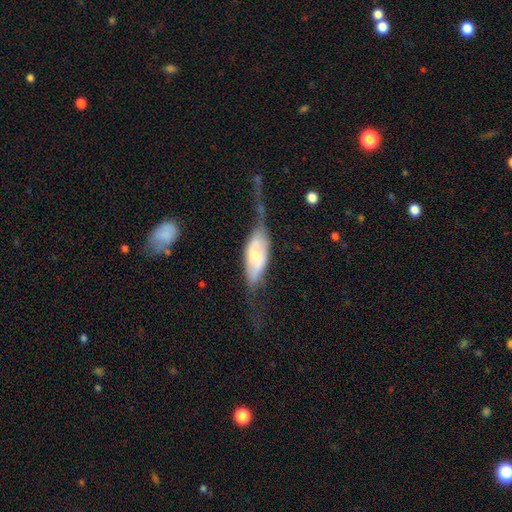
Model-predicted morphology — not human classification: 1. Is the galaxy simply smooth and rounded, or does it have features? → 58% featured or disk, 36% smooth, 6% star or artifact.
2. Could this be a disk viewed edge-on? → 56% no, 44% yes.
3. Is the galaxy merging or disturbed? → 42% major disturbance, 29% none, 24% minor disturbance, 5% merger.